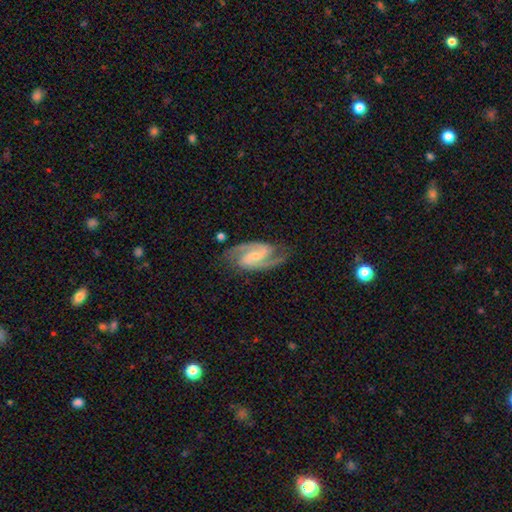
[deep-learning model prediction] smooth-or-featured: featured or disk: 91% | star or artifact: 4% | smooth: 4%
  disk-edge-on: no: 97% | yes: 3%
    bar: weak: 45% | no: 32% | strong: 23%
    has-spiral-arms: yes: 98% | no: 2%
      spiral-winding: medium: 61% | tight: 26% | loose: 14%
      spiral-arm-count: 2: 93% | 3: 2% | can't tell: 2% | 1: 1% | 4: 1% | more than 4: 1%
    bulge-size: small: 61% | moderate: 33% | none: 4% | large: 1% | dominant: 1%
  merging: none: 82% | minor disturbance: 13% | major disturbance: 4% | merger: 1%